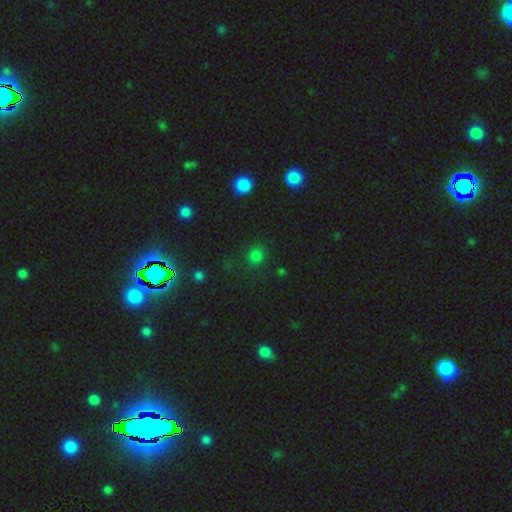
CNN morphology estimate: Smooth or featured: smooth — 74% (star or artifact — 21%)
How rounded: round — 85% (in between — 14%)
Merging: none — 83% (minor disturbance — 10%)